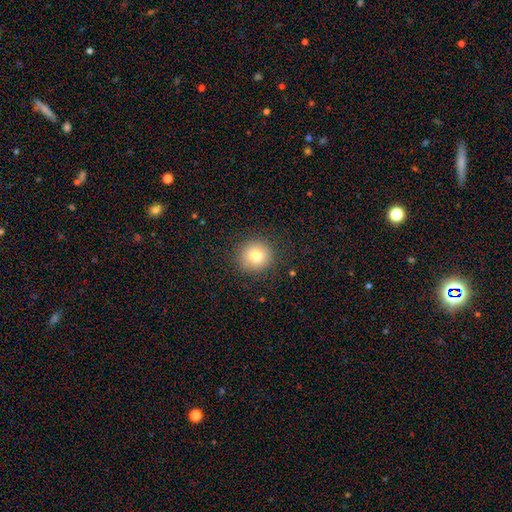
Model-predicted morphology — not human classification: A smooth galaxy with no disk features (78%) that is round (92%). Merging: none (89%).